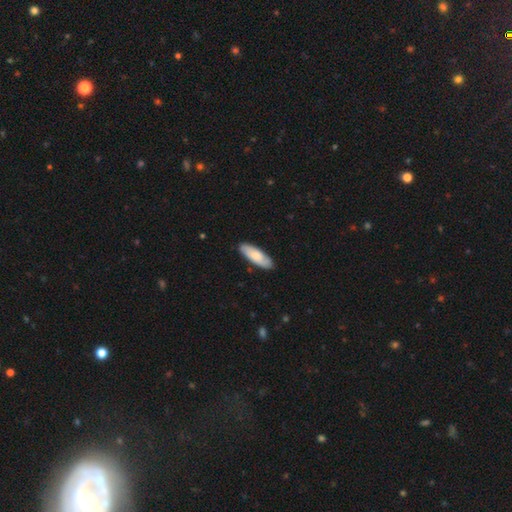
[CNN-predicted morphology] Smooth or featured? Predicted: smooth (p=0.69). How rounded? Predicted: in between (p=0.61). Merging? Predicted: none (p=0.87).